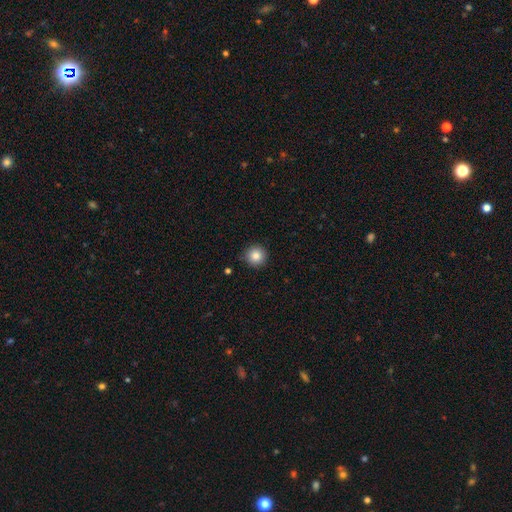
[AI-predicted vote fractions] Smooth or featured? smooth (85%)
How rounded? round (96%)
Merging? none (89%)